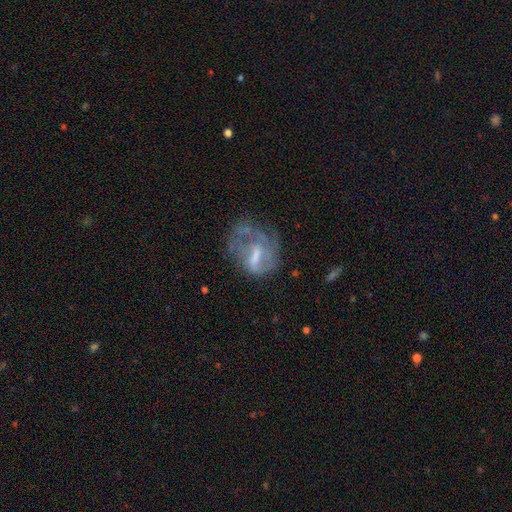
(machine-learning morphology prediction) Smooth or featured? featured or disk (62%)
Edge-on disk? no (96%)
Bar? weak (46%)
Spiral arms? no (53%)
Bulge size? moderate (38%)
Merging? none (37%)